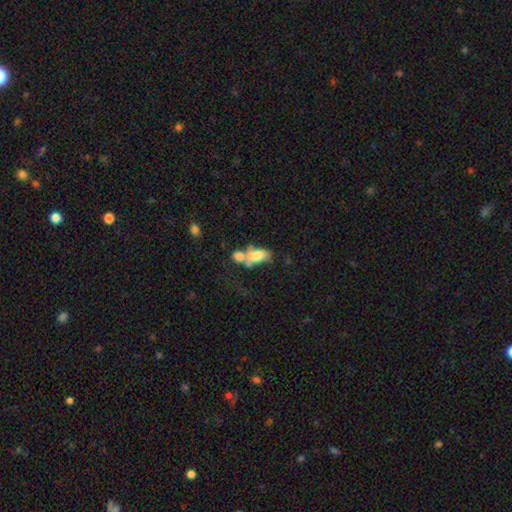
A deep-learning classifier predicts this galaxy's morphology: A smooth galaxy with no disk features (66%) that is in between round and cigar-shaped (87%). Merging: merger (60%).